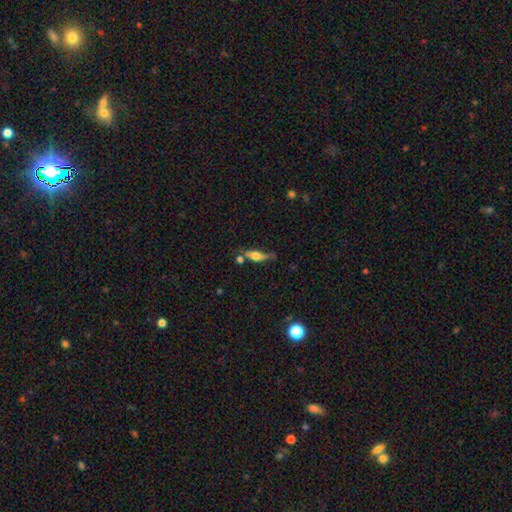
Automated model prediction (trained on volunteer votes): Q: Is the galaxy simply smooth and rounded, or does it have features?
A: featured or disk — 49%.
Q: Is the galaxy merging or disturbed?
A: none — 52%.